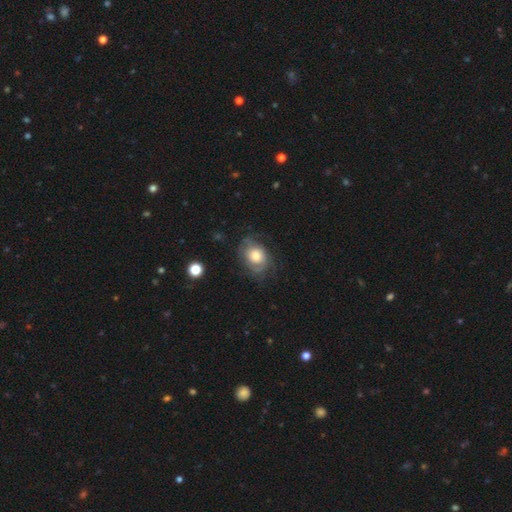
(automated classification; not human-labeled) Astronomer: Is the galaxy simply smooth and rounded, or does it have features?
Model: smooth — 47% (runner-up: featured or disk, 45%).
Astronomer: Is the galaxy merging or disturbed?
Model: none — 61%.